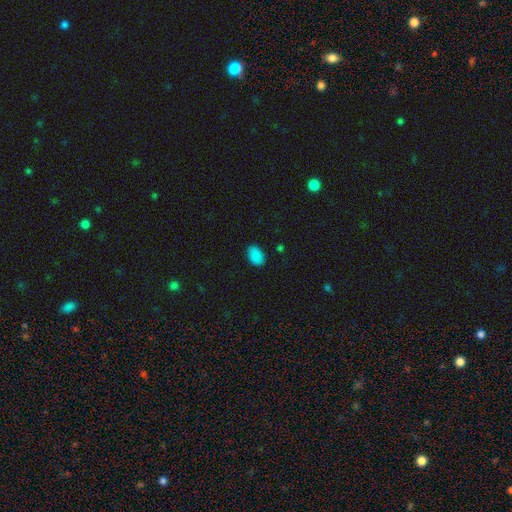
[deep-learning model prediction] smooth_or_featured: smooth (p=0.87) [alt: star or artifact p=0.10]
how_rounded: in between (p=0.87) [alt: round p=0.12]
merging: none (p=0.84) [alt: minor disturbance p=0.12]